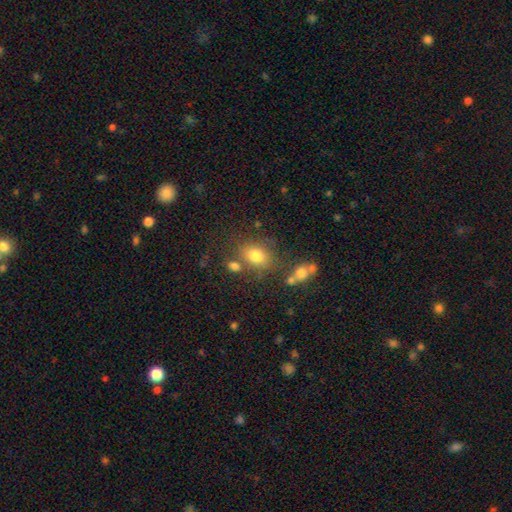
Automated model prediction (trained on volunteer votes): smooth 77%, star or artifact 12%, featured or disk 11%. Down the decision tree: how rounded — in between (64%); merging — none (66%).